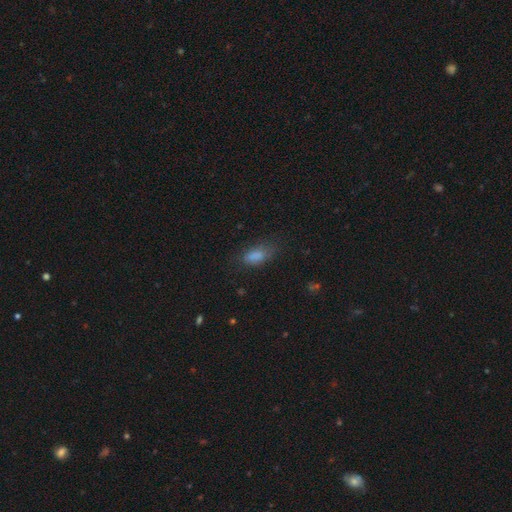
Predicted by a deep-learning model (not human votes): smooth 82%, star or artifact 11%, featured or disk 8%. Down the decision tree: how rounded — in between (86%); merging — none (61%).